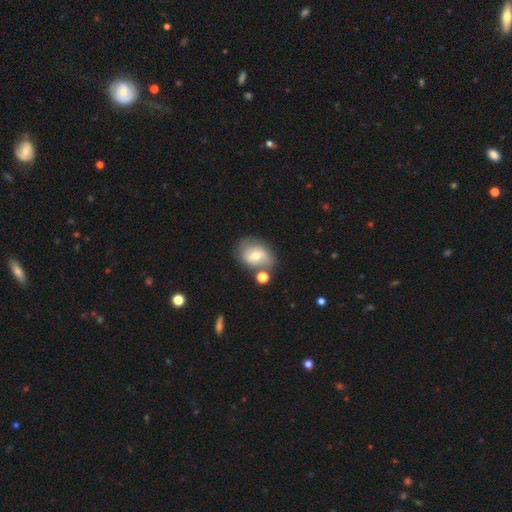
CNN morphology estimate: A smooth galaxy with no disk features (52%) that is in between round and cigar-shaped (63%). Merging: none (61%).